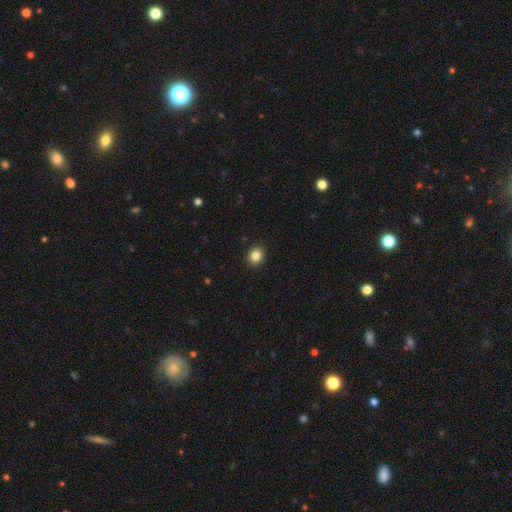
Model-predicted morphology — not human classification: A smooth galaxy with no disk features (85%) that is round (76%).

Vote fractions:
- Smooth or featured? smooth: 85% / star or artifact: 11% / featured or disk: 5%
- How rounded? round: 76% / in between: 23% / cigar-shaped: 1%
- Merging? none: 92% / minor disturbance: 6% / major disturbance: 2% / merger: 1%